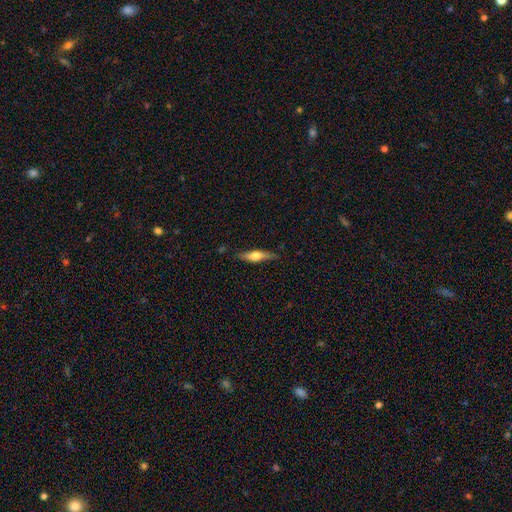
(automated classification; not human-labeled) Smooth or featured? featured or disk (49%)
Merging? none (82%)